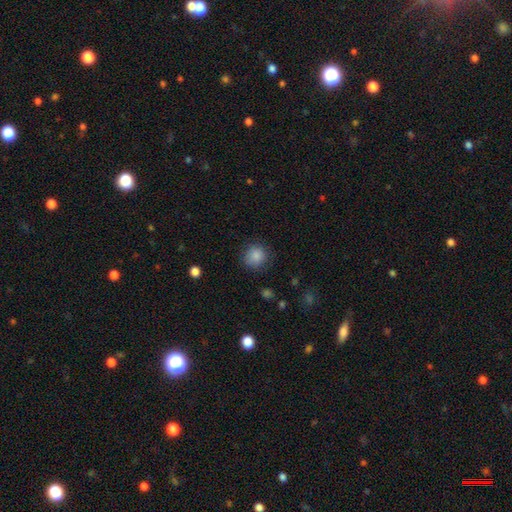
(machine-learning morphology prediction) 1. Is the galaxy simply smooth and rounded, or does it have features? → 86% smooth, 9% star or artifact, 5% featured or disk.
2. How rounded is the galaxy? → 87% round, 12% in between, 1% cigar-shaped.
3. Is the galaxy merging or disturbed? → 82% none, 13% minor disturbance, 4% major disturbance, 1% merger.